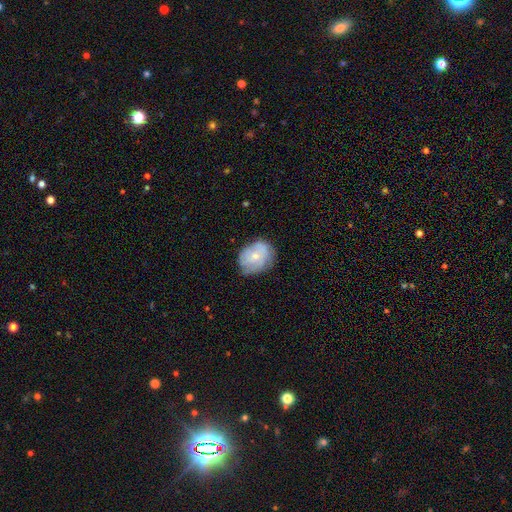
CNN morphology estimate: This appears to be a smooth galaxy with no disk features (57%) that is in between round and cigar-shaped (54%). Merging: none (60%).